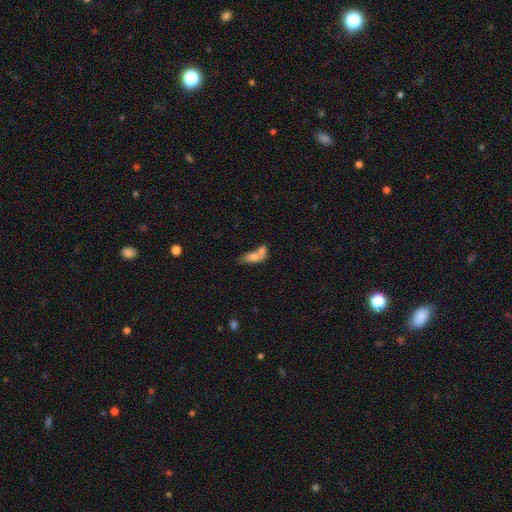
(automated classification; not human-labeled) smooth-or-featured: smooth: 69% | featured or disk: 22% | star or artifact: 9%
  how-rounded: in between: 77% | cigar-shaped: 17% | round: 6%
  merging: merger: 60% | none: 22% | minor disturbance: 10% | major disturbance: 8%